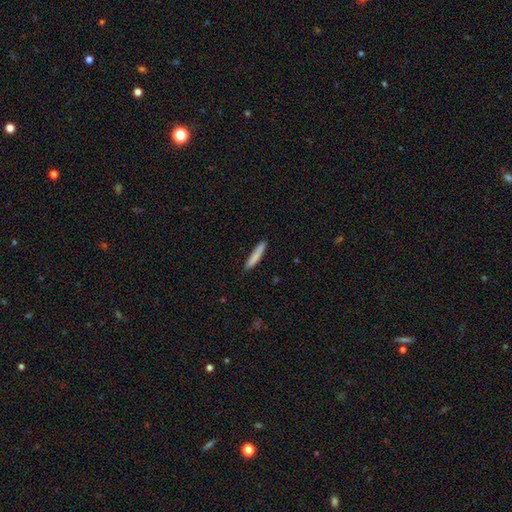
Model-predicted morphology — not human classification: Overall: smooth (83%). How rounded: cigar-shaped (93%). Merging: none (88%).